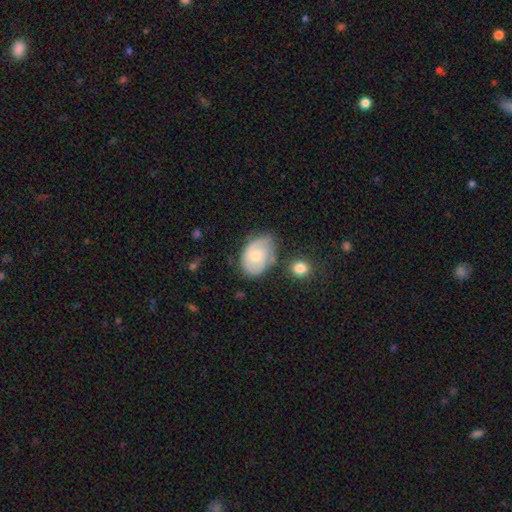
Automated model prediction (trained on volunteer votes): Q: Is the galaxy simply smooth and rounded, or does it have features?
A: featured or disk — 54%.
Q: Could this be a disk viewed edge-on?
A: no — 96%.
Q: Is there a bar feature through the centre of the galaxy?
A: no — 77%.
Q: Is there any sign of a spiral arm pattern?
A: yes — 77%.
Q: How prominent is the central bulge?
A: moderate — 60%.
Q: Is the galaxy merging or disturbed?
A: none — 54%.